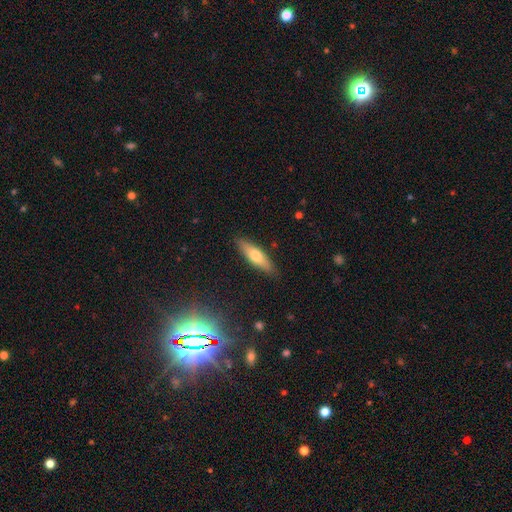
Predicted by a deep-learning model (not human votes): Smooth or featured?
  - smooth: 61% *
  - featured or disk: 33%
  - star or artifact: 6%
How rounded?
  - cigar-shaped: 58% *
  - in between: 40%
  - round: 2%
Merging?
  - none: 87% *
  - minor disturbance: 10%
  - major disturbance: 2%
  - merger: 1%